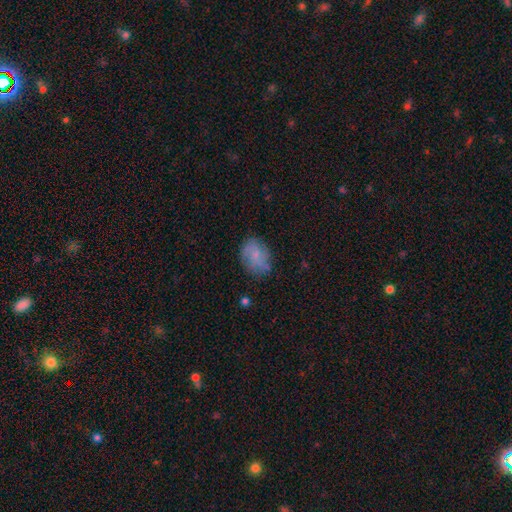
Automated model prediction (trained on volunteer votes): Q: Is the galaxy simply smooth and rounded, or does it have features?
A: smooth — 58%.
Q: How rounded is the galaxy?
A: in between — 66%.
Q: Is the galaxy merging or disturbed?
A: none — 69%.